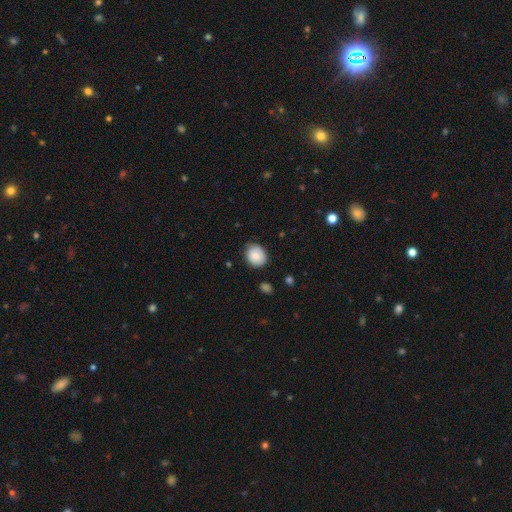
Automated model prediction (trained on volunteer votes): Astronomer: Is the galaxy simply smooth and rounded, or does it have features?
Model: smooth — 75%.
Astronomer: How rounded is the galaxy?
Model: round — 69%.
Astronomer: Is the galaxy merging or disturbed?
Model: none — 75%.